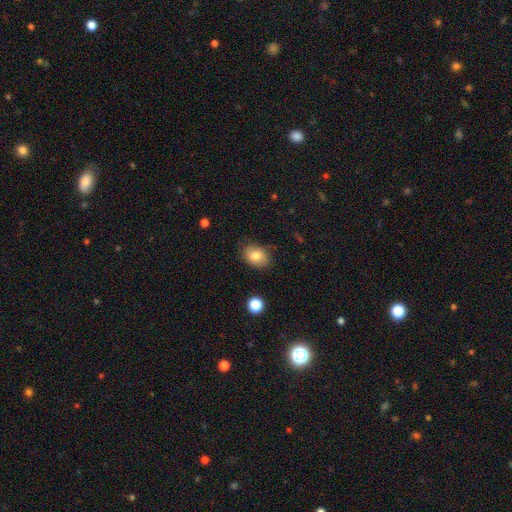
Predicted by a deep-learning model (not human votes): This appears to be a smooth galaxy with no disk features (81%) that is in between round and cigar-shaped (68%). Merging: none (78%).